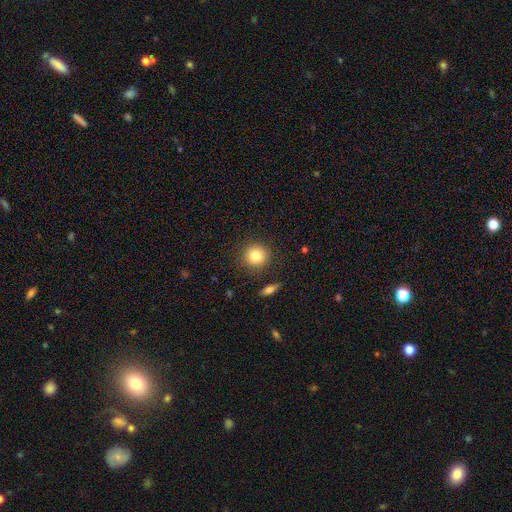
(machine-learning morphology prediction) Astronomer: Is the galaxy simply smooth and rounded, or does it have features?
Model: smooth — 82%.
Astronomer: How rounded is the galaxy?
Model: round — 93%.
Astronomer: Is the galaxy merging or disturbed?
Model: none — 89%.